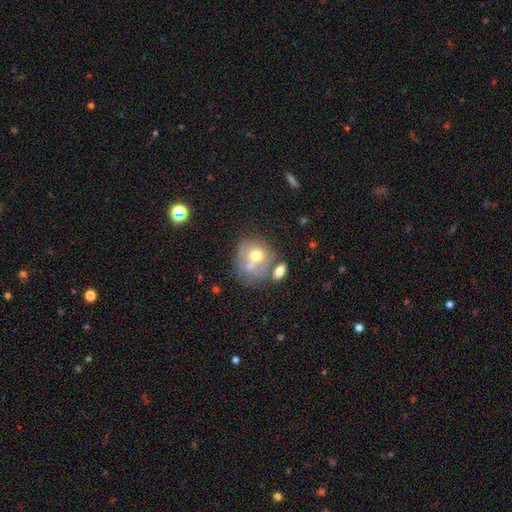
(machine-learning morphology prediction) Smooth or featured: smooth — 58% (featured or disk — 32%)
How rounded: round — 66% (in between — 33%)
Merging: merger — 41% (none — 33%)